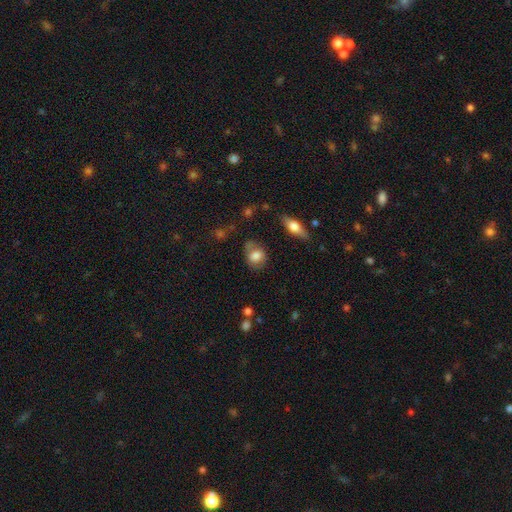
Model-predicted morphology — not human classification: A smooth galaxy with no disk features (73%) that is in between round and cigar-shaped (57%).

Vote fractions:
- Smooth or featured? smooth: 73% / featured or disk: 19% / star or artifact: 8%
- How rounded? in between: 57% / round: 41% / cigar-shaped: 2%
- Merging? none: 61% / minor disturbance: 25% / major disturbance: 9% / merger: 5%